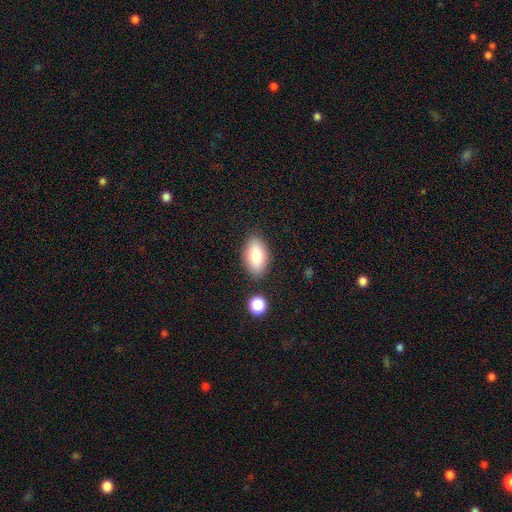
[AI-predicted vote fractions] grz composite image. It shows a smooth galaxy with no disk features (80%) that is in between round and cigar-shaped (92%). Merging: none (82%).